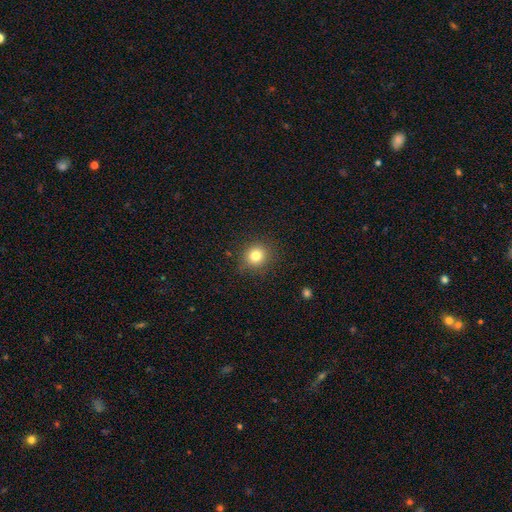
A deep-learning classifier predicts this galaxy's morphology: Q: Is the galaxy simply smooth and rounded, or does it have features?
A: smooth — 81%.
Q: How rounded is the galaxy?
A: round — 86%.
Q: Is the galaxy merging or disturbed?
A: none — 87%.